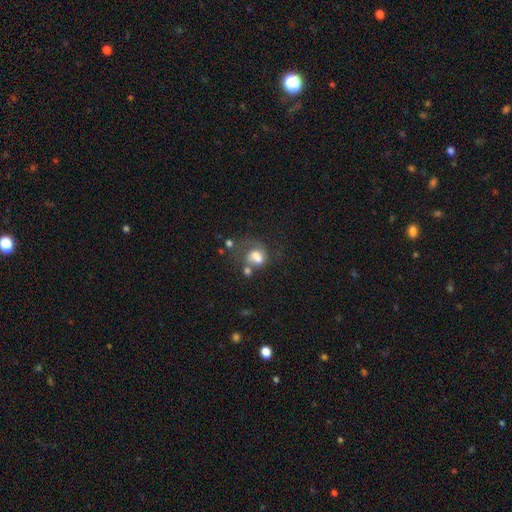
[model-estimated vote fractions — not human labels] Q: Smooth or featured?
A: smooth (54%); runner-up: featured or disk (34%)
Q: How rounded?
A: in between (58%); runner-up: round (40%)
Q: Merging?
A: merger (31%); runner-up: major disturbance (29%)